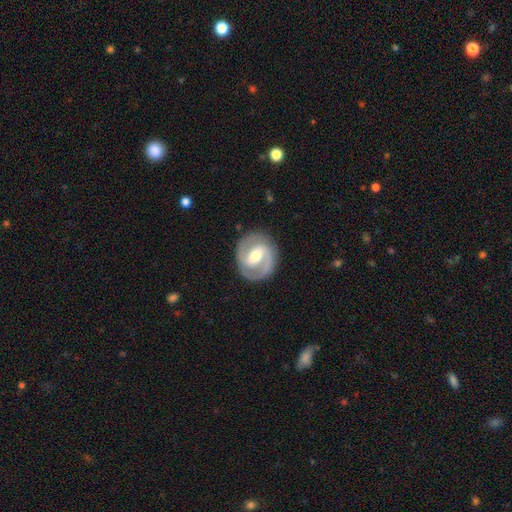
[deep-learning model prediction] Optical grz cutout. It shows a featured or disk galaxy (86%) with a weak bar (46%), 2 (91%) medium (48%) spiral arms (94%) and a moderate central bulge (68%). Merging: none (87%).